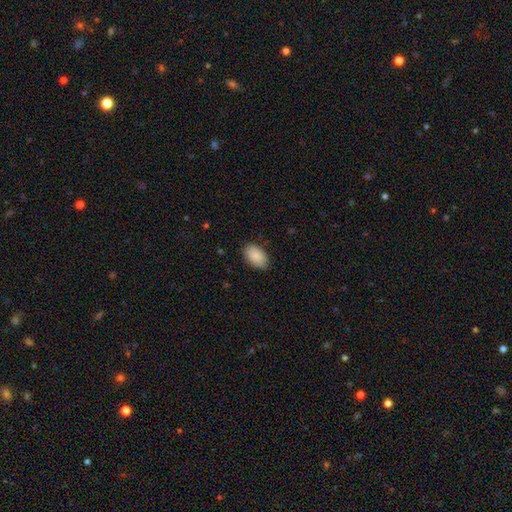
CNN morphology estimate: smooth_or_featured: smooth (p=0.89) [alt: star or artifact p=0.06]
how_rounded: in between (p=0.92) [alt: round p=0.06]
merging: none (p=0.85) [alt: minor disturbance p=0.12]